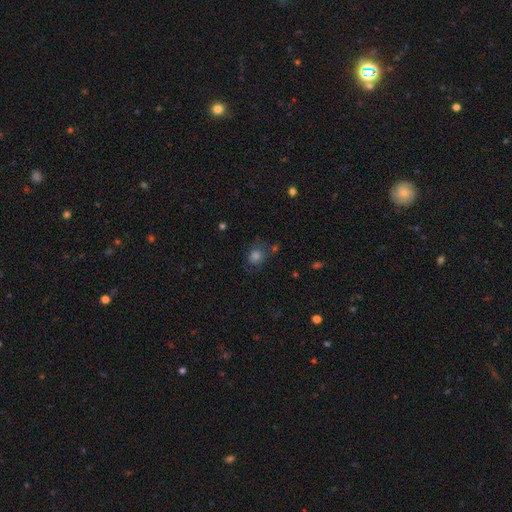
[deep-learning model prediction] Smooth or featured?
  - smooth: 63% *
  - star or artifact: 20%
  - featured or disk: 17%
How rounded?
  - round: 62% *
  - in between: 37%
  - cigar-shaped: 1%
Merging?
  - none: 61% *
  - minor disturbance: 21%
  - major disturbance: 13%
  - merger: 5%